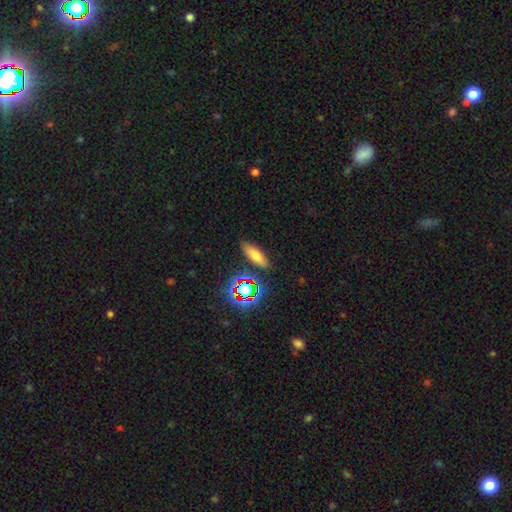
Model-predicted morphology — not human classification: A smooth galaxy with no disk features (68%) that is in between round and cigar-shaped (60%).

Vote fractions:
- Smooth or featured? smooth: 68% / star or artifact: 18% / featured or disk: 14%
- How rounded? in between: 60% / cigar-shaped: 35% / round: 5%
- Merging? none: 83% / minor disturbance: 11% / major disturbance: 3% / merger: 3%